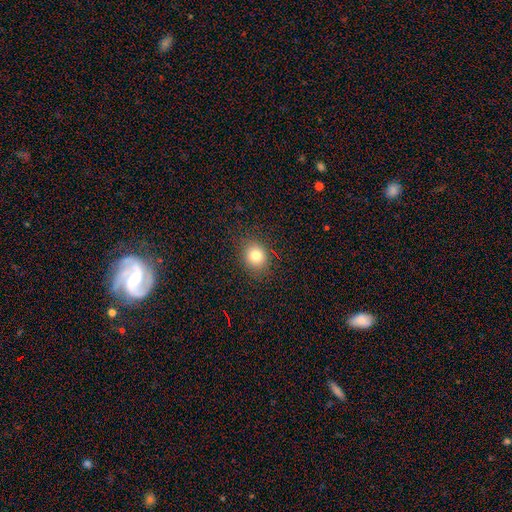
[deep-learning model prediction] The model was most divided on "how rounded": round: 73%, in between: 26%, cigar-shaped: 1%. More confident: merging — none (87%); smooth or featured — smooth (80%).